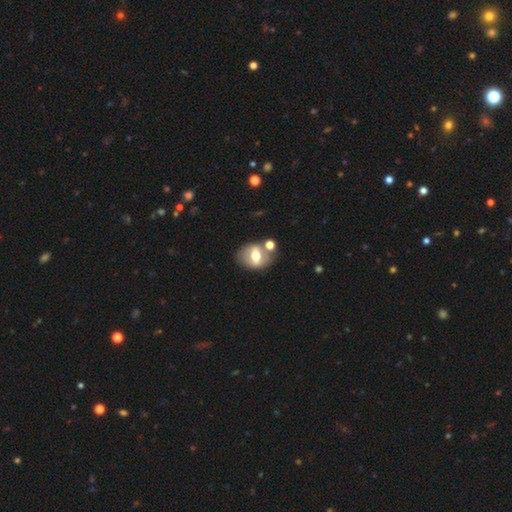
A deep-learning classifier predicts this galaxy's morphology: Overall: featured or disk (50%; smooth 42%). Merging: none (61%).